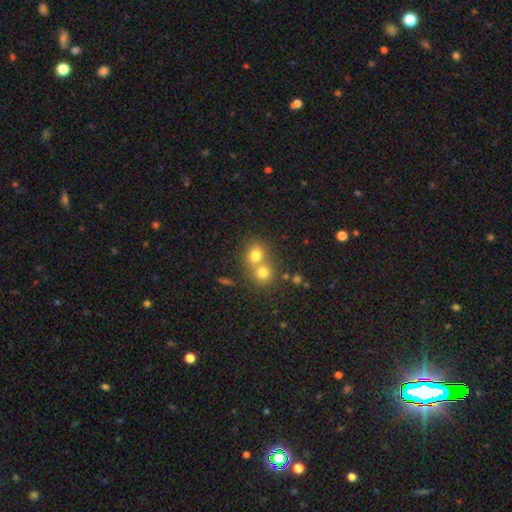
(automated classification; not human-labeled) Smooth or featured? smooth (76%)
How rounded? round (73%)
Merging? merger (55%)